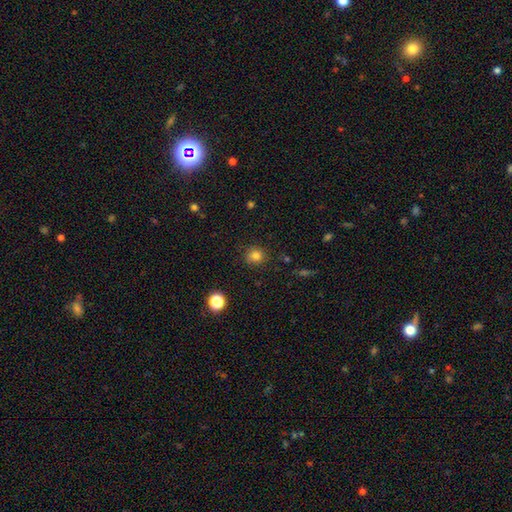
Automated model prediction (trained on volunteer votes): Smooth or featured? smooth (80%)
How rounded? round (85%)
Merging? none (83%)